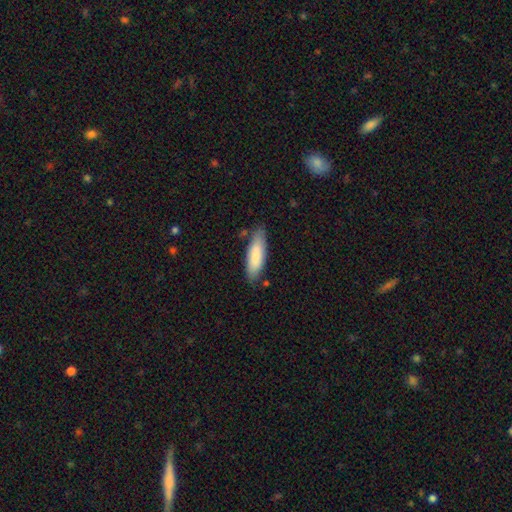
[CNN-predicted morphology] Smooth or featured? smooth (83%)
How rounded? in between (53%)
Merging? none (79%)